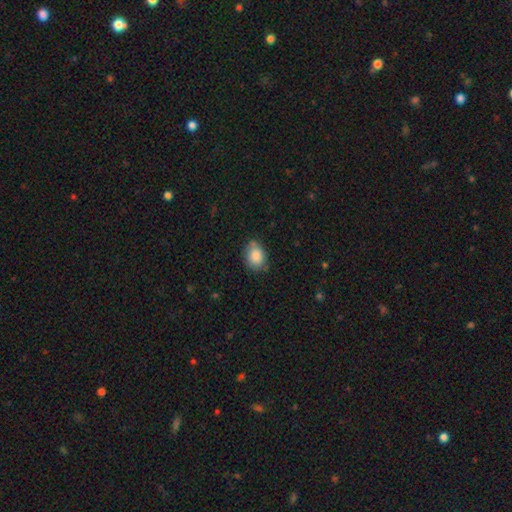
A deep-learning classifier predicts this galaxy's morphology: This appears to be a smooth galaxy with no disk features (86%) that is in between round and cigar-shaped (60%). Merging: none (69%).